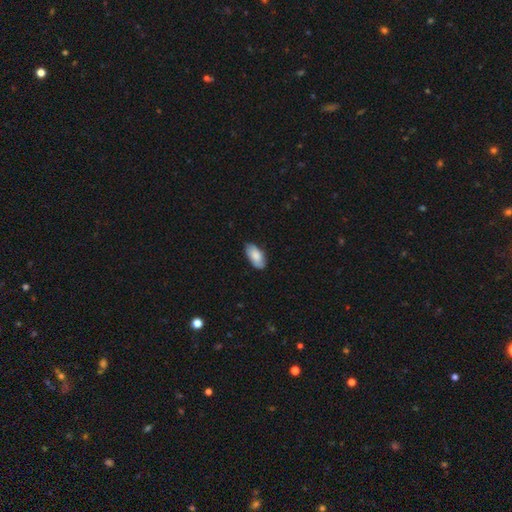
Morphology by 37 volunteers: Smooth or featured?
  - smooth: 86% *
  - featured or disk: 14%
  - star or artifact: 0%
How rounded?
  - in between: 94% *
  - round: 3%
  - cigar-shaped: 3%
Merging?
  - none: 68% *
  - minor disturbance: 24%
  - major disturbance: 5%
  - merger: 3%